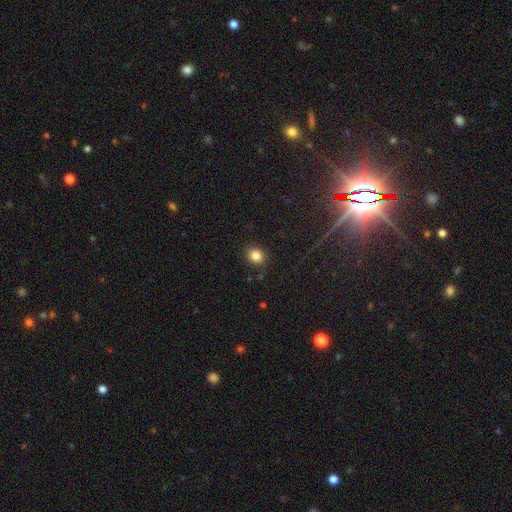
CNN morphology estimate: A smooth galaxy with no disk features (84%) that is round (59%). Merging: none (87%).